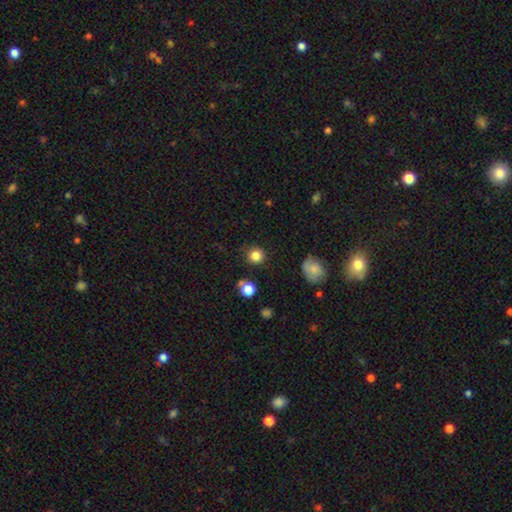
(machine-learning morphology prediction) Smooth or featured? smooth (83%)
How rounded? round (91%)
Merging? none (86%)